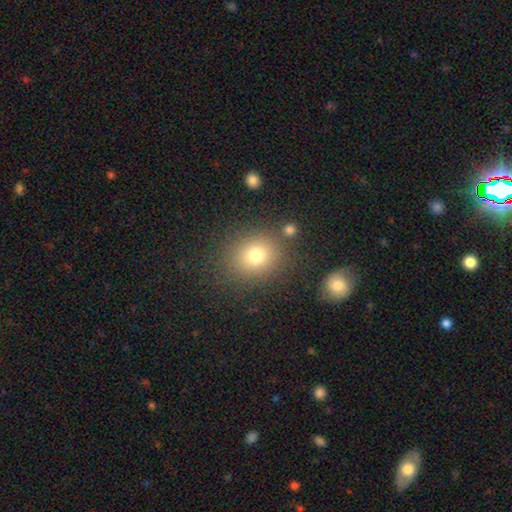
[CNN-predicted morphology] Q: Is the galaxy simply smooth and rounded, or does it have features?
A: smooth — 75%.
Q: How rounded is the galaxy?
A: round — 70%.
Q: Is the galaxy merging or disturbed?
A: none — 82%.